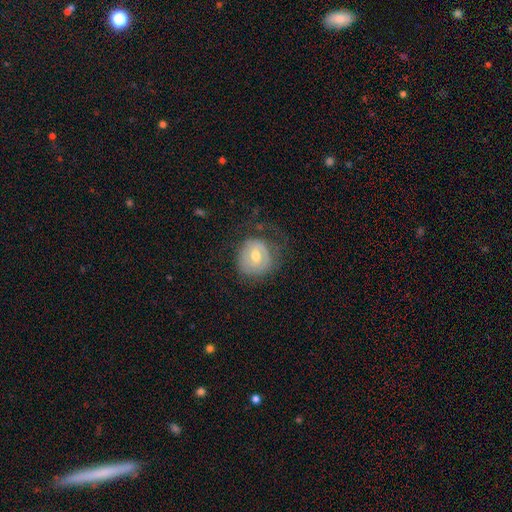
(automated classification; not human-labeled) featured or disk 50%, smooth 42%, star or artifact 8%. Down the decision tree: merging — none (58%).